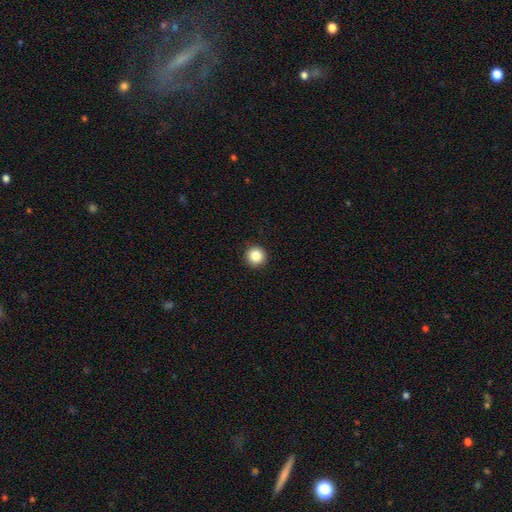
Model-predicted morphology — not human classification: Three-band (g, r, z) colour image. It shows a smooth galaxy with no disk features (86%) that is round (95%). Merging: none (92%).